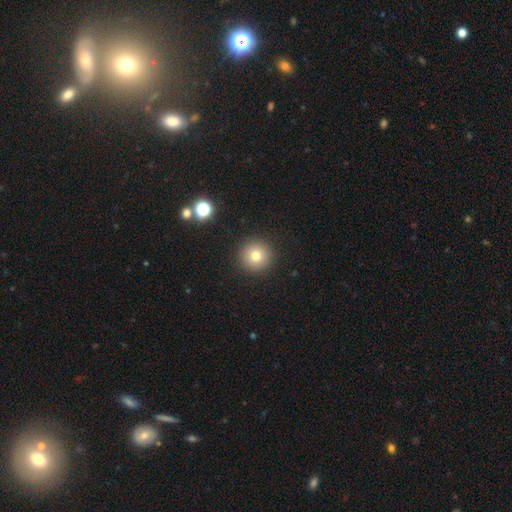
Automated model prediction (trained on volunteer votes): Morphology: type=smooth (76%); roundness=round (96%); merging=none (92%).